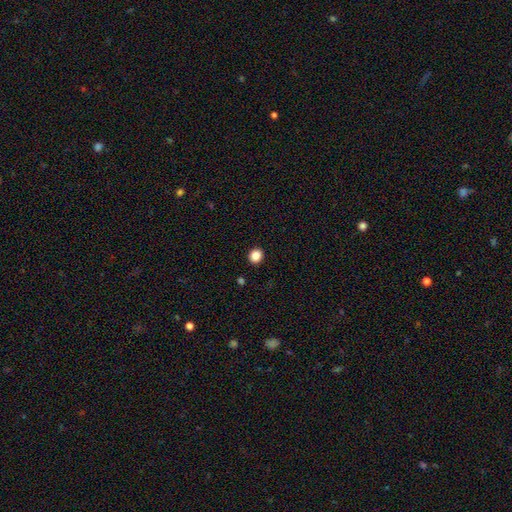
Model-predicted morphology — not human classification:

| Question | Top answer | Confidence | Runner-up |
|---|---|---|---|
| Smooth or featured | smooth | 86% | star or artifact (11%) |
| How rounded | round | 77% | in between (23%) |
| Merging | none | 92% | minor disturbance (5%) |